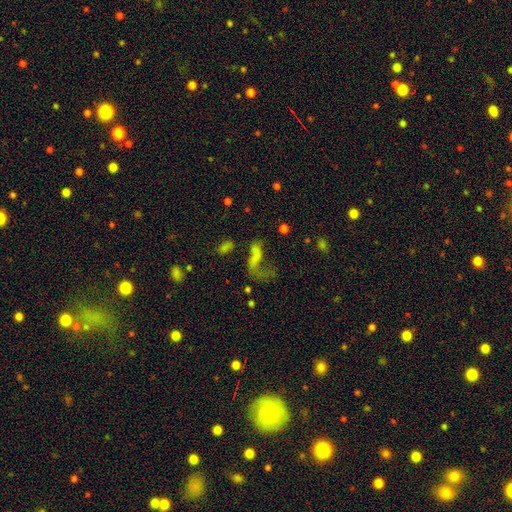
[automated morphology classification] This appears to be a smooth galaxy with no disk features (49%). Merging: major disturbance (48%).